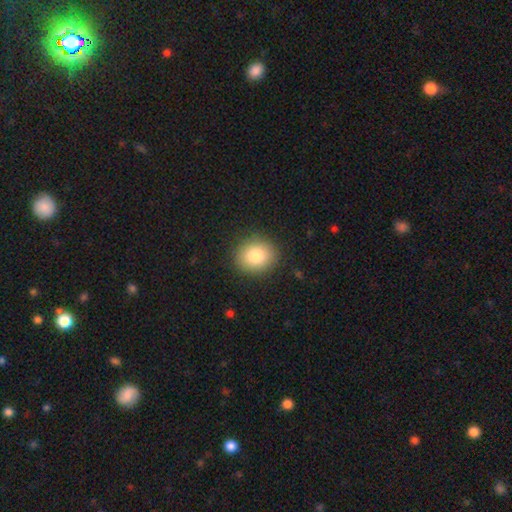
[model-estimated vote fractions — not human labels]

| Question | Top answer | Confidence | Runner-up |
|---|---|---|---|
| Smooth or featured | smooth | 84% | star or artifact (9%) |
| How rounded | round | 69% | in between (30%) |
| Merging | none | 89% | minor disturbance (8%) |